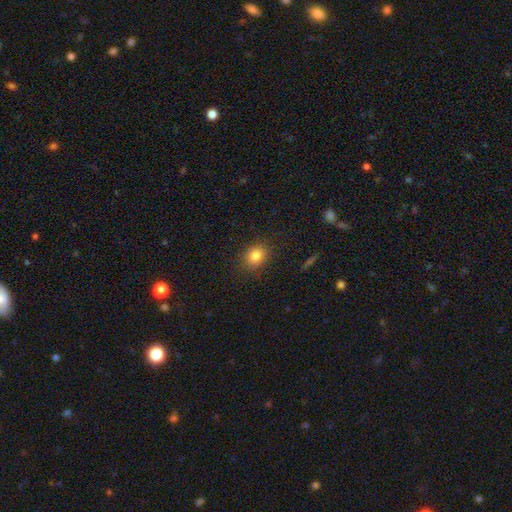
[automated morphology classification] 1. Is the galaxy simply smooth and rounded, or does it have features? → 82% smooth, 11% star or artifact, 7% featured or disk.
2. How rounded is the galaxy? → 62% round, 37% in between, 1% cigar-shaped.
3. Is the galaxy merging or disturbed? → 87% none, 10% minor disturbance, 3% major disturbance, 1% merger.